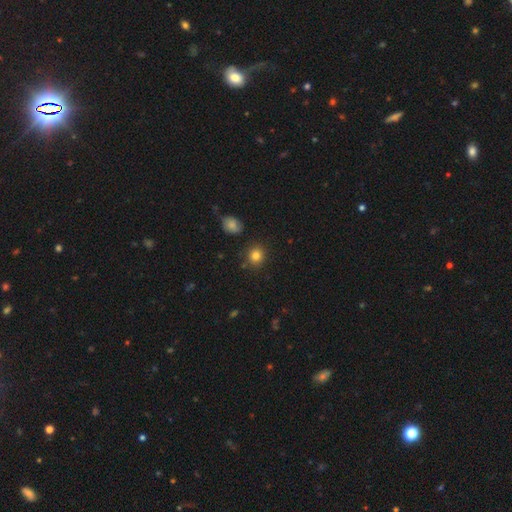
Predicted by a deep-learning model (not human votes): Q: Smooth or featured?
A: smooth (83%); runner-up: star or artifact (11%)
Q: How rounded?
A: round (84%); runner-up: in between (15%)
Q: Merging?
A: none (86%); runner-up: minor disturbance (9%)